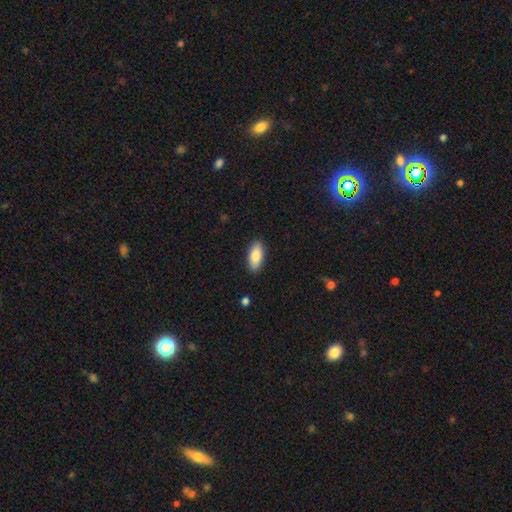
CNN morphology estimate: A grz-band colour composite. It shows a smooth galaxy with no disk features (83%) that is in between round and cigar-shaped (87%). Merging: none (89%).